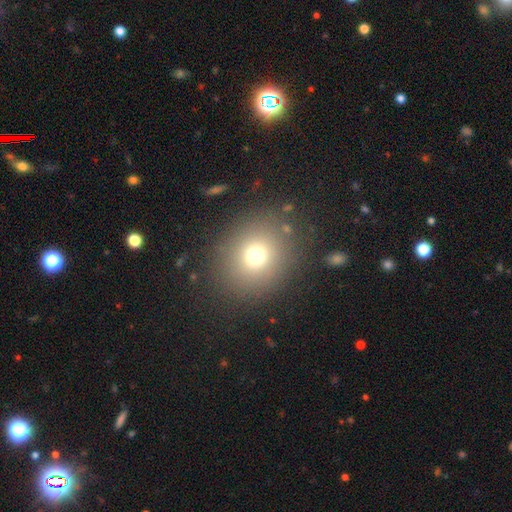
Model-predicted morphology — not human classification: Smooth or featured? smooth (71%)
How rounded? round (78%)
Merging? none (85%)